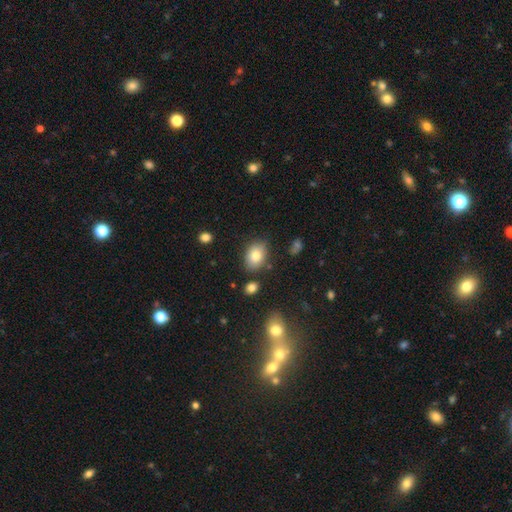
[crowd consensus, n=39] A smooth galaxy with no disk features (69%) that is in between round and cigar-shaped (81%).

Vote fractions:
- Smooth or featured? smooth: 69% / featured or disk: 23% / star or artifact: 8%
- How rounded? in between: 81% / round: 19% / cigar-shaped: 0%
- Merging? none: 78% / minor disturbance: 17% / major disturbance: 6% / merger: 0%